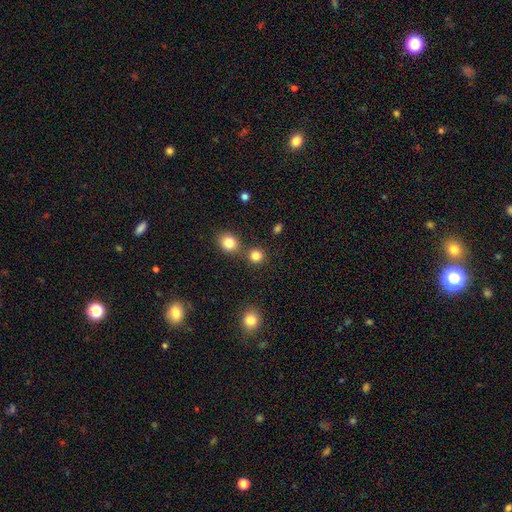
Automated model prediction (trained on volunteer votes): smooth-or-featured: smooth: 83% | star or artifact: 13% | featured or disk: 5%
  how-rounded: round: 90% | in between: 9% | cigar-shaped: 1%
  merging: none: 76% | merger: 15% | minor disturbance: 7% | major disturbance: 2%